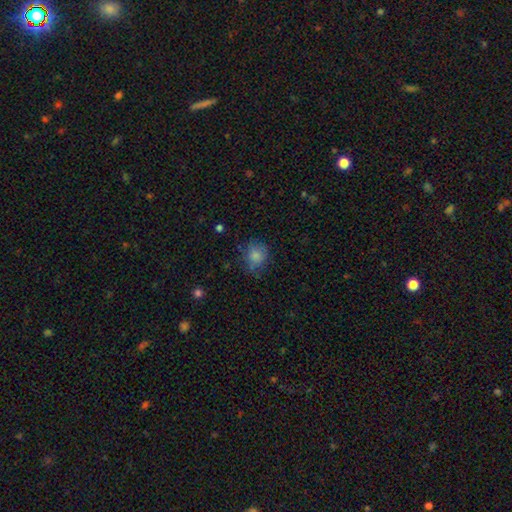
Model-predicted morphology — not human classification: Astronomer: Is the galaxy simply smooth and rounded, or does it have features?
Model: smooth — 81%.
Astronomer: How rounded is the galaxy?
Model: round — 78%.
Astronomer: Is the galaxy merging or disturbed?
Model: none — 71%.